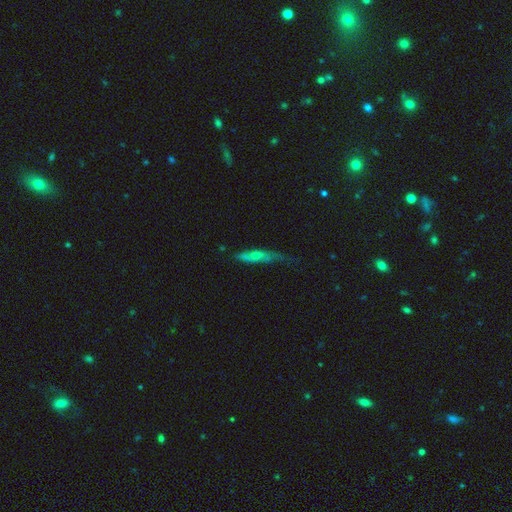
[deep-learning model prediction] smooth 48%, featured or disk 45%, star or artifact 7%. Down the decision tree: merging — none (47%).